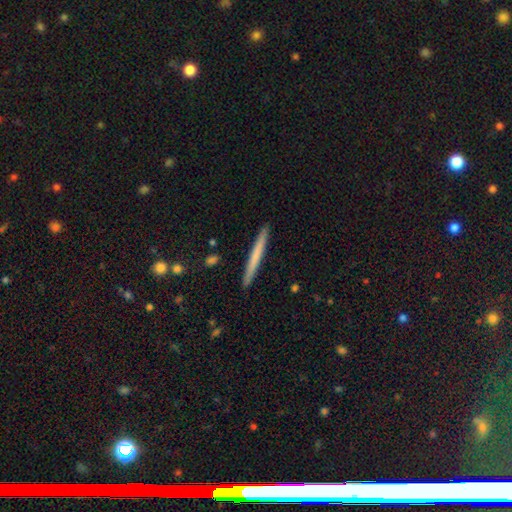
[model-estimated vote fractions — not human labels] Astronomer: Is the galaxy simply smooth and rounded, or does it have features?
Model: smooth — 61%.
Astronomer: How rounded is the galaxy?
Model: cigar-shaped — 97%.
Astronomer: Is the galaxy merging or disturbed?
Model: none — 92%.